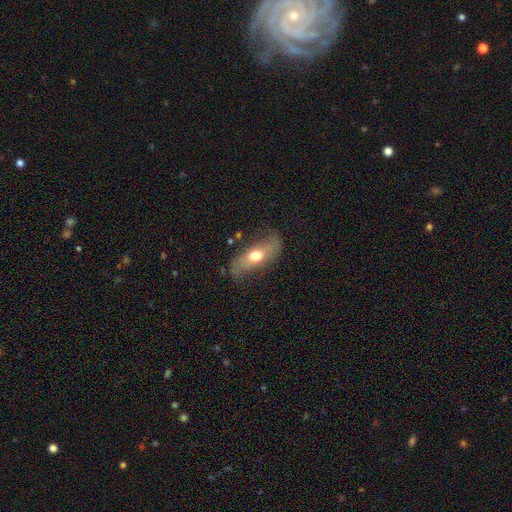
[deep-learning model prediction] smooth-or-featured: smooth: 50% | featured or disk: 43% | star or artifact: 7%
  how-rounded: in between: 73% | cigar-shaped: 21% | round: 6%
  merging: none: 68% | minor disturbance: 22% | major disturbance: 8% | merger: 2%